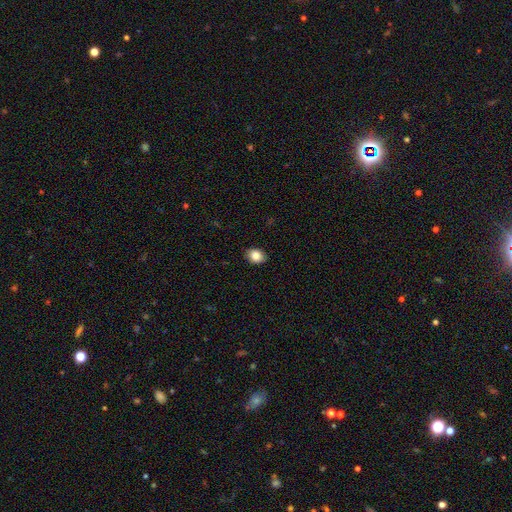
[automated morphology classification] Smooth or featured? Predicted: smooth (p=0.85). How rounded? Predicted: in between (p=0.60). Merging? Predicted: none (p=0.89).